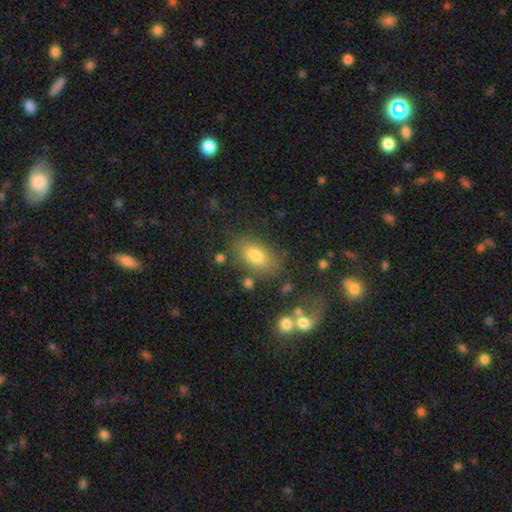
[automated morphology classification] Smooth or featured? Predicted: smooth (p=0.75). How rounded? Predicted: in between (p=0.88). Merging? Predicted: none (p=0.77).